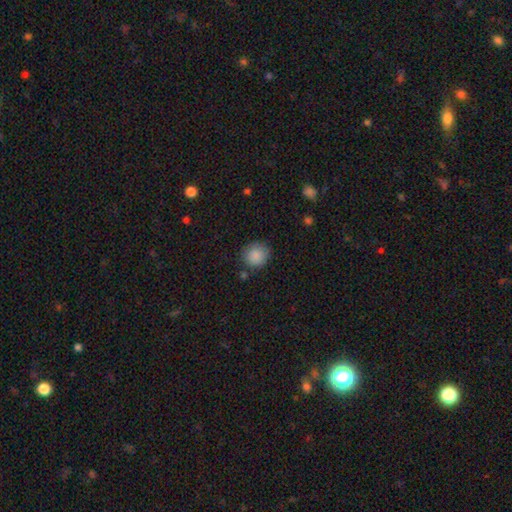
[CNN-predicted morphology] This is clearly a smooth galaxy (88%). How rounded: clearly round (87%). Merging: clearly none (81%).